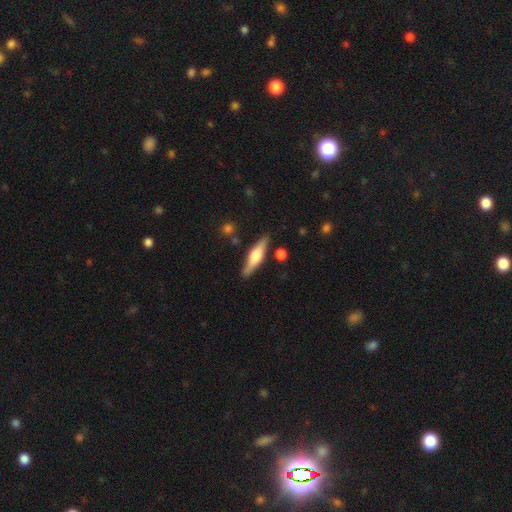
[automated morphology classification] type=featured or disk (52%); edge-on=yes (93%); merging=none (85%).